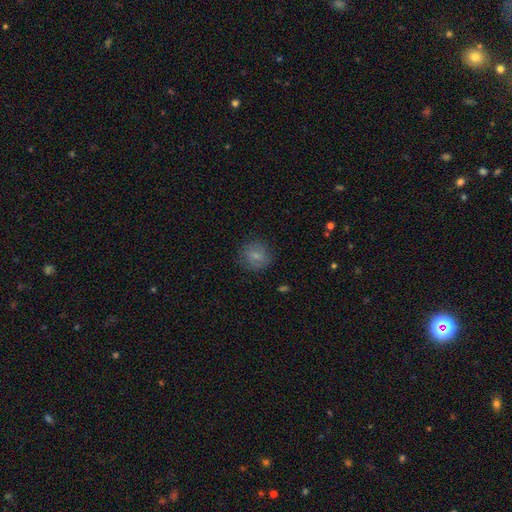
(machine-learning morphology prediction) Smooth or featured? smooth (76%)
How rounded? round (85%)
Merging? none (81%)